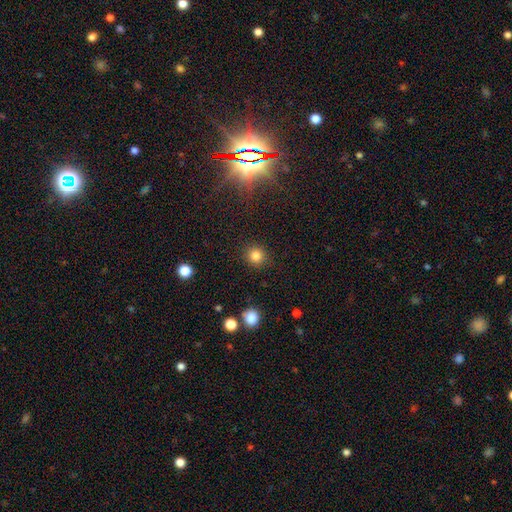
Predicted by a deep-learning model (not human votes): This appears to be a smooth galaxy with no disk features (82%) that is round (92%). Merging: none (90%).